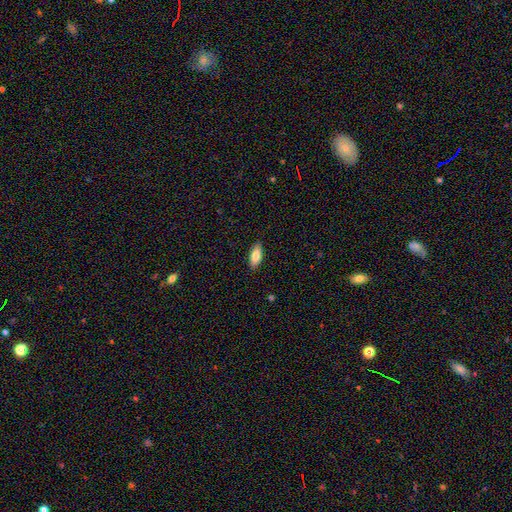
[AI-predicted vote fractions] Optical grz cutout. It shows a smooth galaxy with no disk features (83%) that is in between round and cigar-shaped (82%). Merging: none (89%).